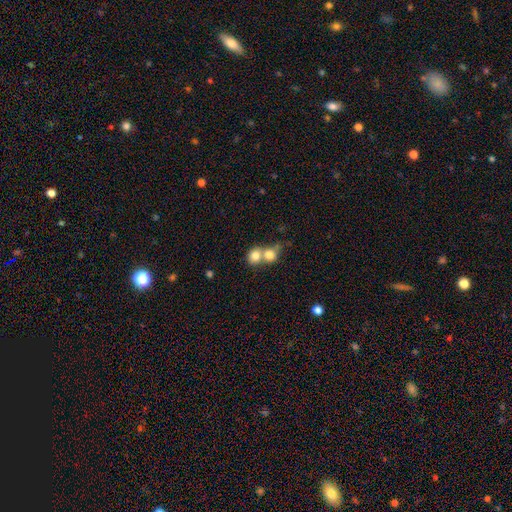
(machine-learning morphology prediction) The model was most divided on "merging": merger: 70%, none: 23%, minor disturbance: 5%, major disturbance: 3%. More confident: smooth or featured — smooth (78%); how rounded — round (74%).